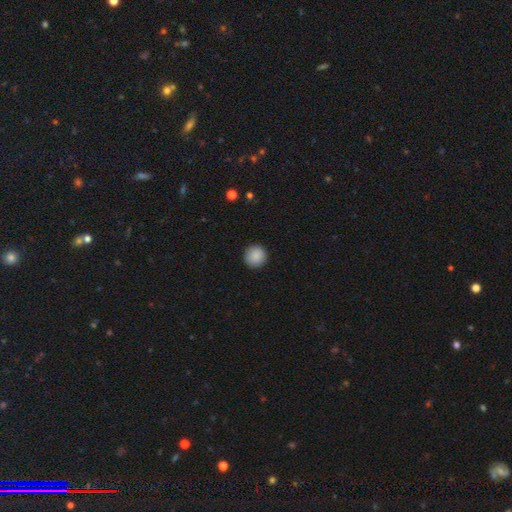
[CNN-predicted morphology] Smooth or featured? smooth (88%)
How rounded? round (95%)
Merging? none (93%)